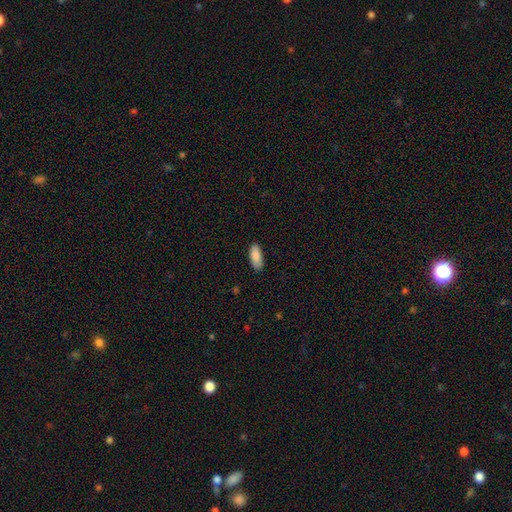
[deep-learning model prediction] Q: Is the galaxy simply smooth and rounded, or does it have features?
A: smooth — 89%.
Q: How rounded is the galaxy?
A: in between — 79%.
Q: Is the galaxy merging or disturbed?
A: none — 84%.